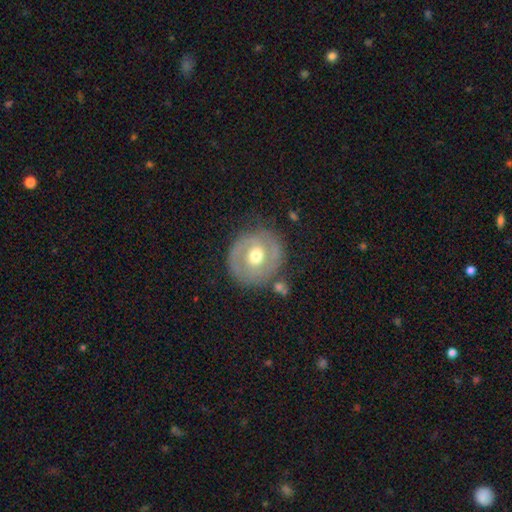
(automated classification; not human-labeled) Smooth or featured? featured or disk (71%)
Edge-on disk? no (97%)
Bar? no (58%)
Spiral arms? yes (71%)
Bulge size? moderate (77%)
Merging? none (77%)